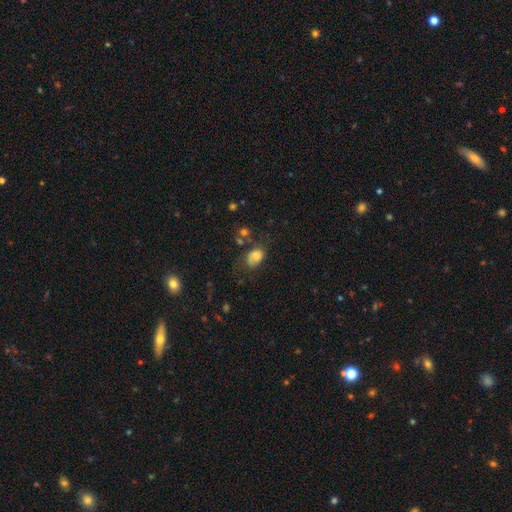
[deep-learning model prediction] Morphology: type=smooth (76%); roundness=in between (75%); merging=none (48%).